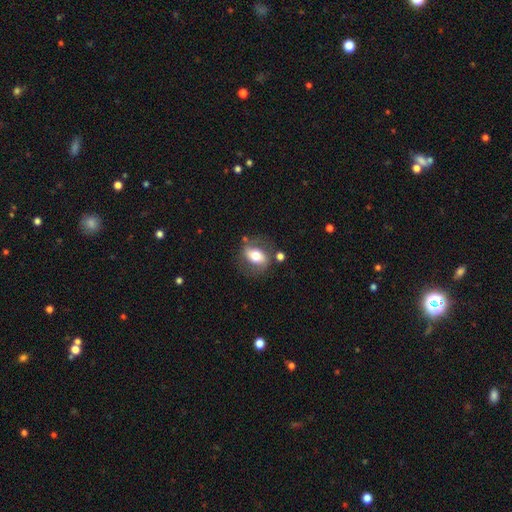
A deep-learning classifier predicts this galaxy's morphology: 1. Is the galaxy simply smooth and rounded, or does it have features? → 52% smooth, 41% featured or disk, 8% star or artifact.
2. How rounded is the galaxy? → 74% in between, 23% round, 3% cigar-shaped.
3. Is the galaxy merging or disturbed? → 65% none, 18% minor disturbance, 9% major disturbance, 7% merger.